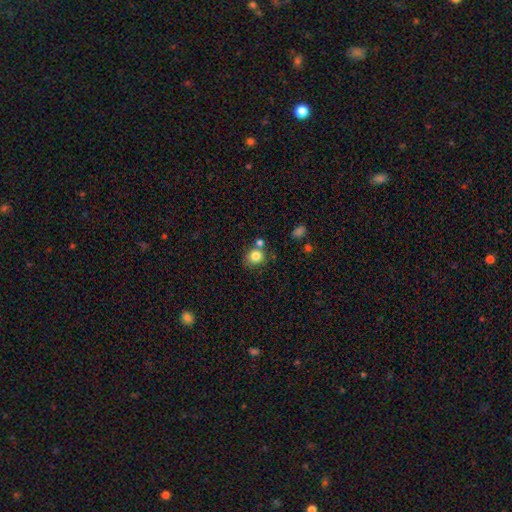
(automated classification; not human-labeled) The model was most divided on "merging": none: 65%, merger: 18%, minor disturbance: 14%, major disturbance: 4%. More confident: smooth or featured — smooth (82%); how rounded — round (76%).